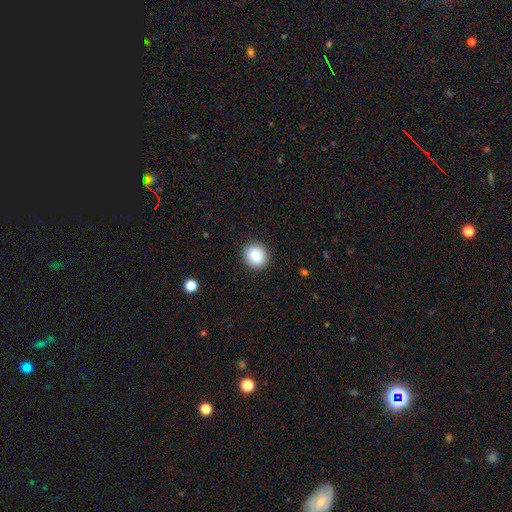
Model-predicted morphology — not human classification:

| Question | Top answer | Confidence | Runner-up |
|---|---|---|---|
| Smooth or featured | smooth | 88% | star or artifact (8%) |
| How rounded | round | 73% | in between (26%) |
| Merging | none | 90% | minor disturbance (7%) |